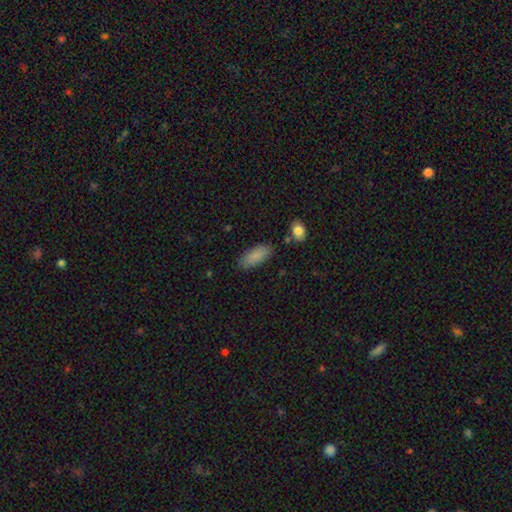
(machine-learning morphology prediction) This is clearly a smooth galaxy (86%). How rounded: clearly in between (82%). Merging: clearly none (82%).